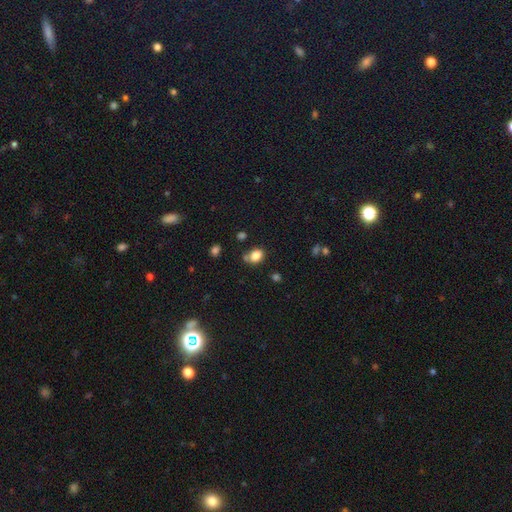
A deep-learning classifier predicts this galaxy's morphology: smooth-or-featured: smooth: 83% | star or artifact: 11% | featured or disk: 6%
  how-rounded: in between: 58% | round: 41% | cigar-shaped: 1%
  merging: none: 62% | minor disturbance: 20% | merger: 13% | major disturbance: 5%